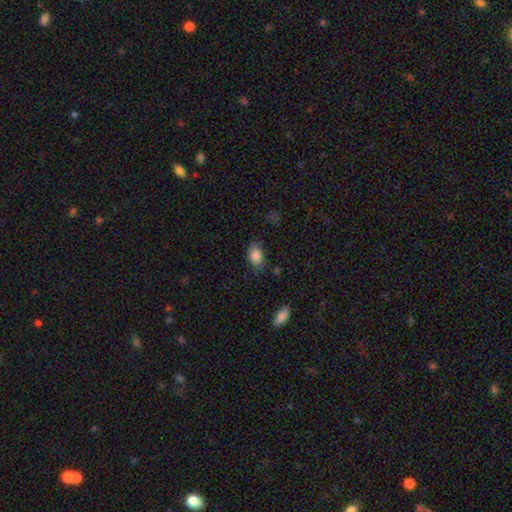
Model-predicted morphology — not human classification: A smooth galaxy with no disk features (85%) that is in between round and cigar-shaped (87%).

Vote fractions:
- Smooth or featured? smooth: 85% / star or artifact: 8% / featured or disk: 7%
- How rounded? in between: 87% / round: 11% / cigar-shaped: 2%
- Merging? none: 76% / minor disturbance: 18% / major disturbance: 4% / merger: 2%